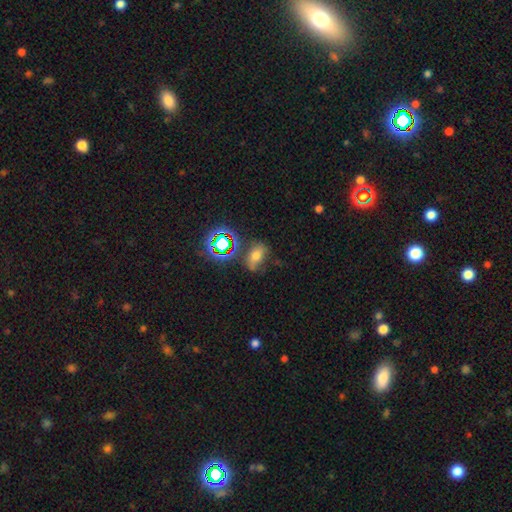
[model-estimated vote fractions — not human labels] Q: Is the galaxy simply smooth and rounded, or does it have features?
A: smooth — 51%.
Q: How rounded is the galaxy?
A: in between — 79%.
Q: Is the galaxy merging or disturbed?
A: none — 59%.